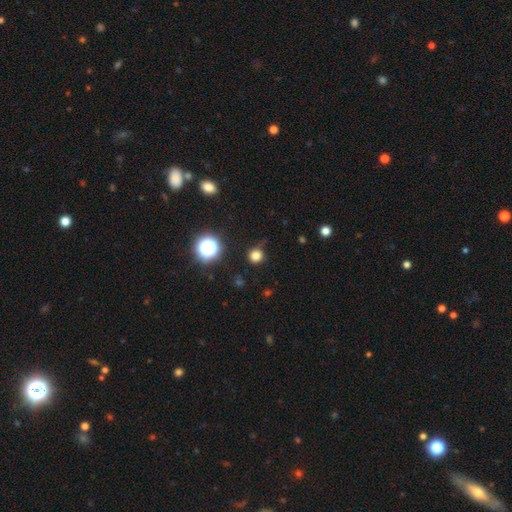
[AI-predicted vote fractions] Morphology: type=smooth (77%); roundness=round (93%); merging=none (76%).